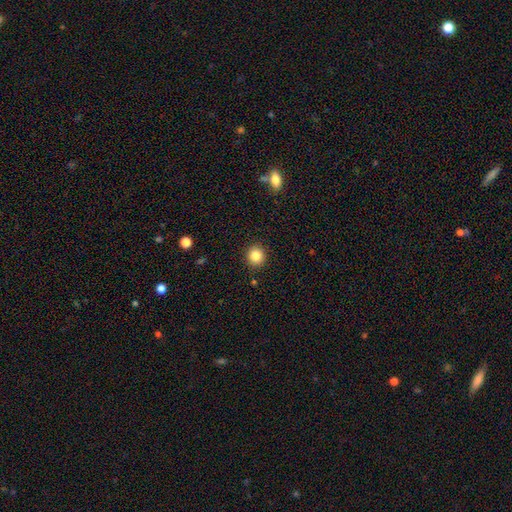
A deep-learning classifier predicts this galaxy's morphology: Smooth or featured: smooth — 85% (star or artifact — 10%)
How rounded: round — 91% (in between — 8%)
Merging: none — 91% (minor disturbance — 6%)